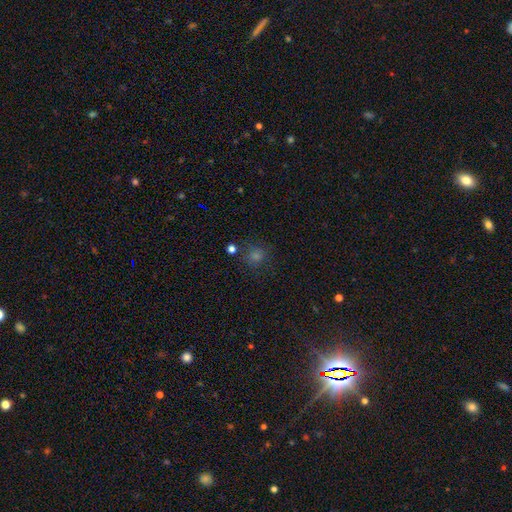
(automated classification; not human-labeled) A smooth galaxy with no disk features (51%) that is round (90%).

Vote fractions:
- Smooth or featured? smooth: 51% / star or artifact: 39% / featured or disk: 11%
- How rounded? round: 90% / in between: 9% / cigar-shaped: 1%
- Merging? none: 82% / minor disturbance: 10% / major disturbance: 4% / merger: 4%